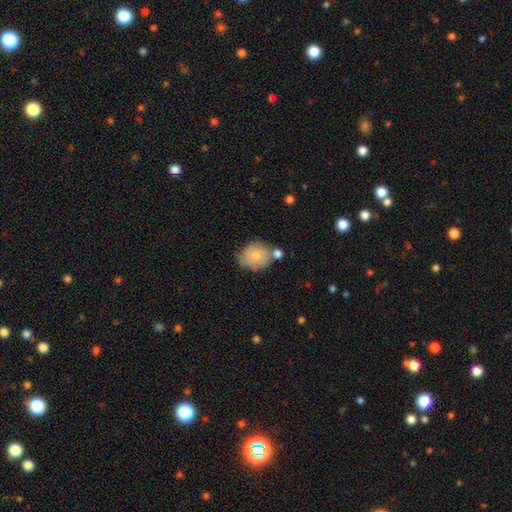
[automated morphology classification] smooth_or_featured: smooth (p=0.71) [alt: featured or disk p=0.22]
how_rounded: round (p=0.59) [alt: in between p=0.39]
merging: none (p=0.48) [alt: minor disturbance p=0.25]